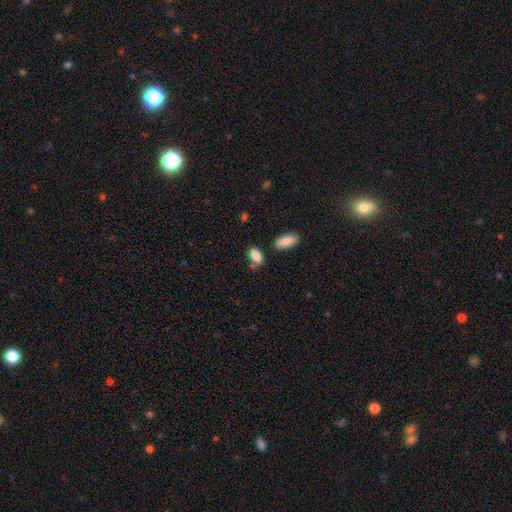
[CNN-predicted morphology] A smooth galaxy with no disk features (86%) that is in between round and cigar-shaped (89%).

Vote fractions:
- Smooth or featured? smooth: 86% / star or artifact: 8% / featured or disk: 6%
- How rounded? in between: 89% / round: 6% / cigar-shaped: 5%
- Merging? none: 59% / minor disturbance: 22% / merger: 14% / major disturbance: 6%